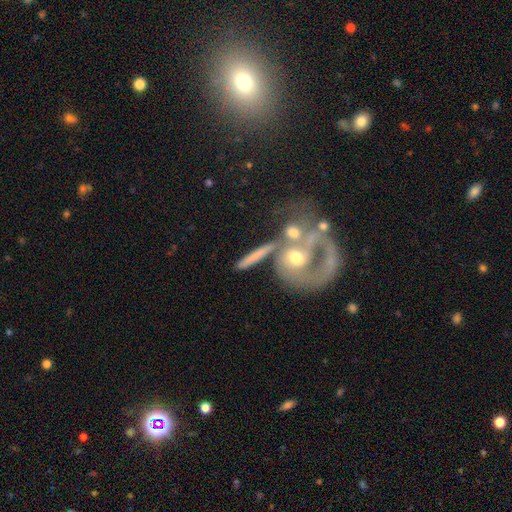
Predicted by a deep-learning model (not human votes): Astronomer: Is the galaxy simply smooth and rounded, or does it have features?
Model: featured or disk — 54% (runner-up: smooth, 37%).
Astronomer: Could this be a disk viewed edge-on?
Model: no — 84%.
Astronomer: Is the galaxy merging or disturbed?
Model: none — 36% (runner-up: merger, 35%).